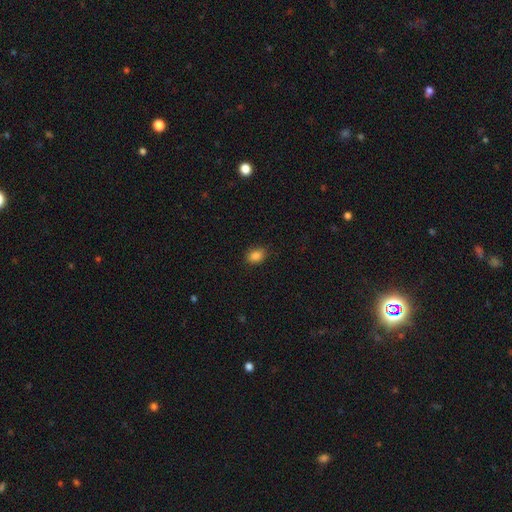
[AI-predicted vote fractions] Smooth or featured? smooth (86%)
How rounded? in between (71%)
Merging? none (85%)